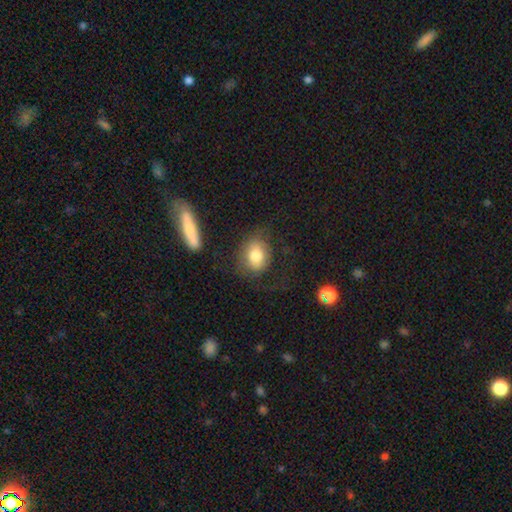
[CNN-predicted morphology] smooth_or_featured: smooth (p=0.75) [alt: featured or disk p=0.18]
how_rounded: in between (p=0.51) [alt: round p=0.48]
merging: none (p=0.62) [alt: minor disturbance p=0.19]